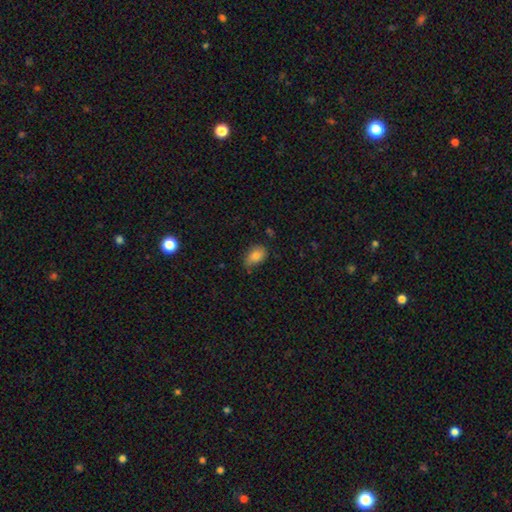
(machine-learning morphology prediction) Overall: smooth (80%). How rounded: in between (89%). Merging: none (55%; minor disturbance 35%).